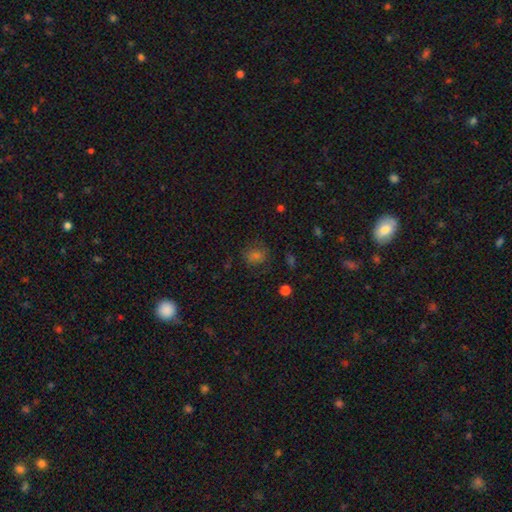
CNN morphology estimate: This appears to be a smooth galaxy with no disk features (58%) that is round (66%). Merging: none (73%).